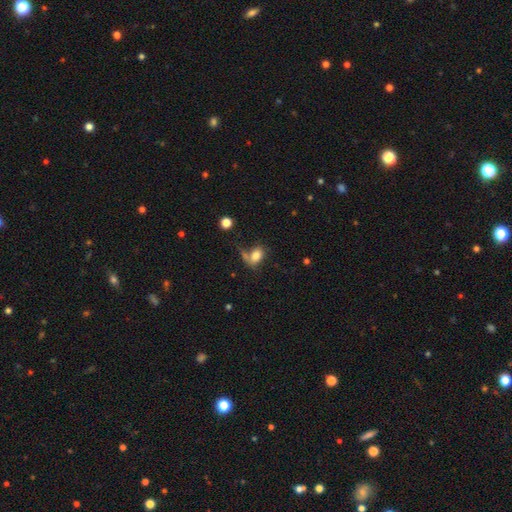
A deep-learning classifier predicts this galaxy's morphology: A smooth galaxy with no disk features (76%) that is in between round and cigar-shaped (79%). Merging: none (41%).